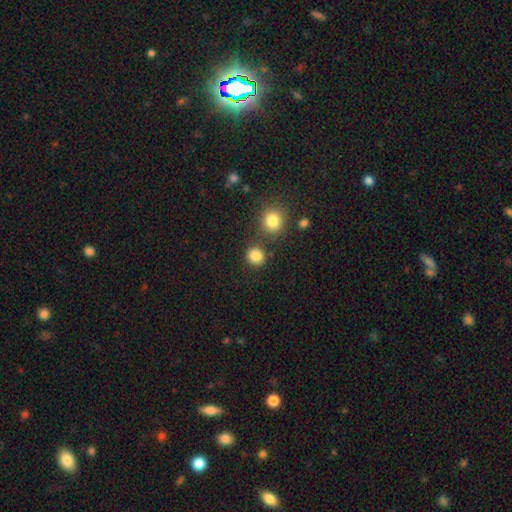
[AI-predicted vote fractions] This is clearly a smooth galaxy (85%). How rounded: clearly round (87%). Merging: clearly none (81%).